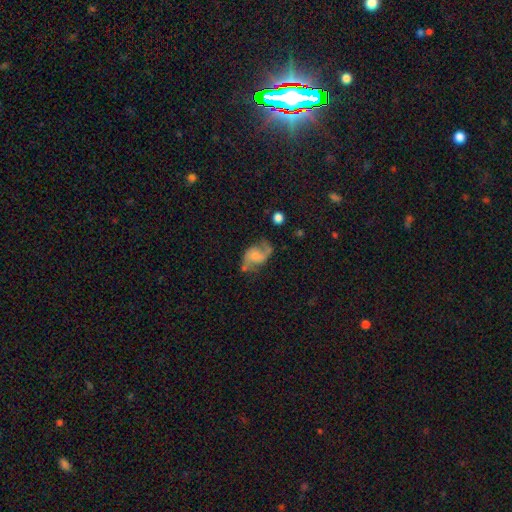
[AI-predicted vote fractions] A featured or disk galaxy (77%) with no bar (55%), 2 (90%) loose (61%) spiral arms (93%) and no central bulge (42%).

Vote fractions:
- Smooth or featured? featured or disk: 77% / smooth: 16% / star or artifact: 7%
- Edge-on disk? no: 98% / yes: 2%
- Bar? no: 55% / weak: 36% / strong: 9%
- Spiral arms? yes: 93% / no: 7%
- Spiral winding? loose: 61% / medium: 32% / tight: 7%
- Spiral arm count? 2: 90% / 1: 4% / can't tell: 3% / 3: 1% / 4: 1% / more than 4: 1%
- Bulge size? none: 42% / small: 27% / moderate: 20% / large: 9% / dominant: 2%
- Merging? none: 58% / minor disturbance: 22% / major disturbance: 15% / merger: 5%